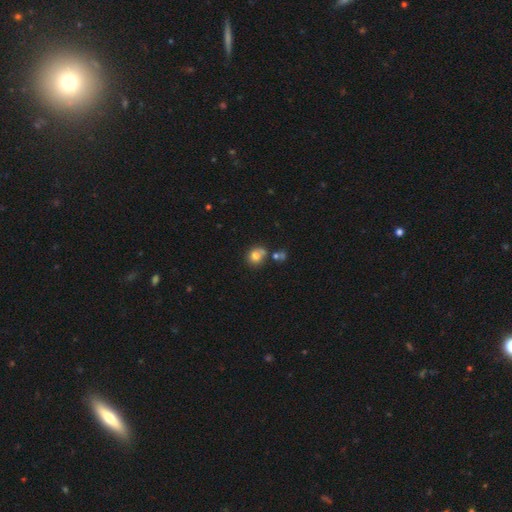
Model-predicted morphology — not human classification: smooth 77%, star or artifact 12%, featured or disk 11%. Down the decision tree: how rounded — round (76%); merging — none (52%).